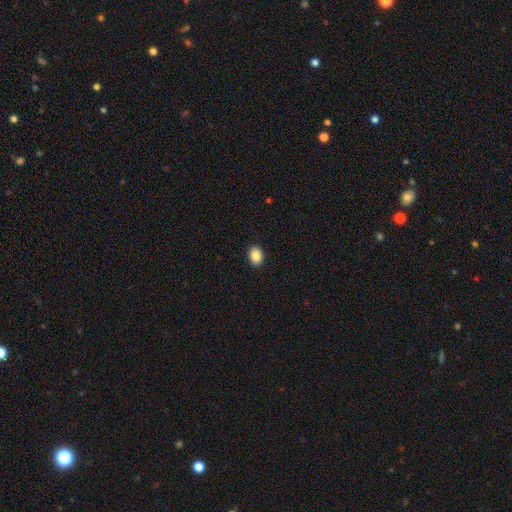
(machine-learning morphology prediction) Overall: smooth (88%). How rounded: in between (70%). Merging: none (91%).